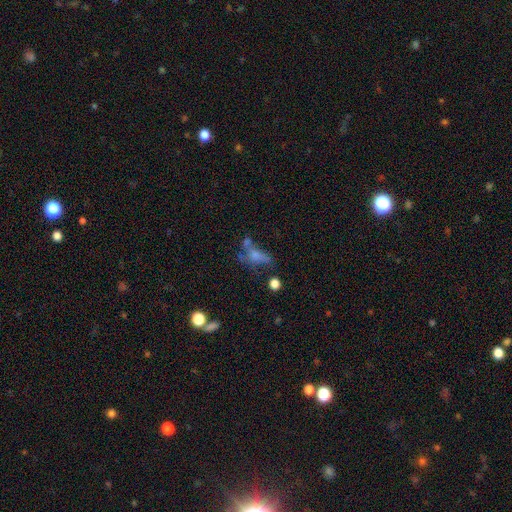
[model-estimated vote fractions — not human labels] Morphology: type=smooth (54%); roundness=in between (69%); merging=none (29%).